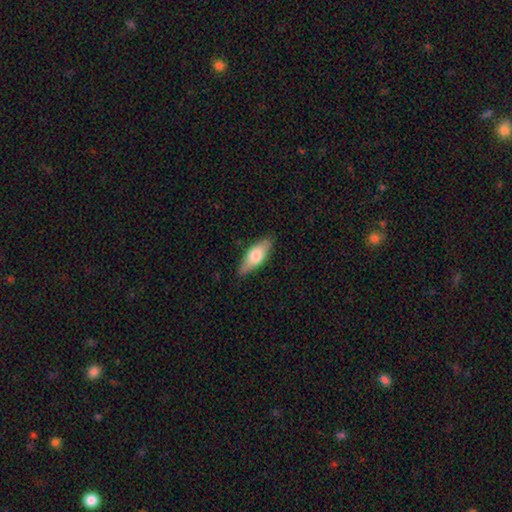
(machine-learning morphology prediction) A smooth galaxy with no disk features (69%) that is in between round and cigar-shaped (70%). Merging: none (84%).